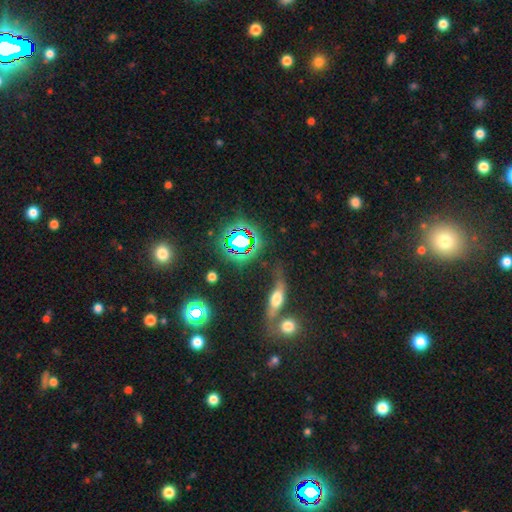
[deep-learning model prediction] This is marginally a star or artifact rather than a galaxy (44%).